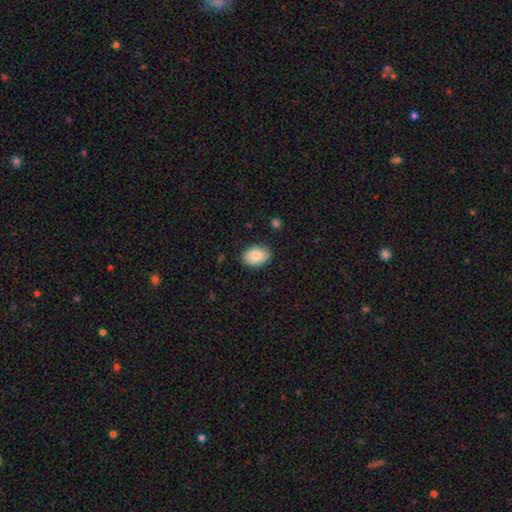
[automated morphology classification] The model was most divided on "how rounded": in between: 82%, round: 17%, cigar-shaped: 1%. More confident: smooth or featured — smooth (86%); merging — none (85%).